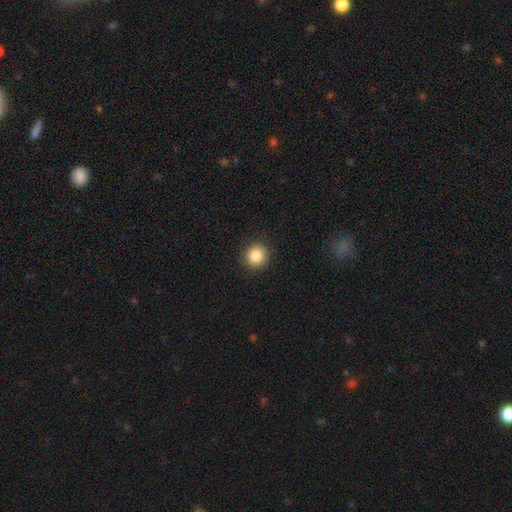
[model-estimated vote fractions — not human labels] Smooth or featured?
  - smooth: 85% *
  - star or artifact: 10%
  - featured or disk: 5%
How rounded?
  - round: 91% *
  - in between: 8%
  - cigar-shaped: 1%
Merging?
  - none: 90% *
  - minor disturbance: 7%
  - major disturbance: 2%
  - merger: 1%